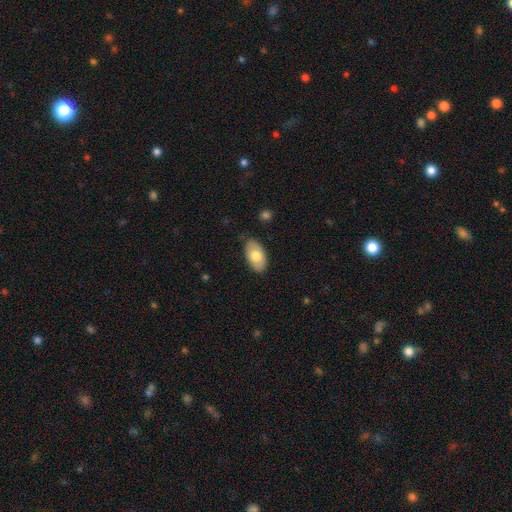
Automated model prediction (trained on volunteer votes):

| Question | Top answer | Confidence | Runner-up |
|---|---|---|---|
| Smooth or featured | smooth | 74% | featured or disk (20%) |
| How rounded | in between | 94% | round (4%) |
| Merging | none | 83% | minor disturbance (14%) |